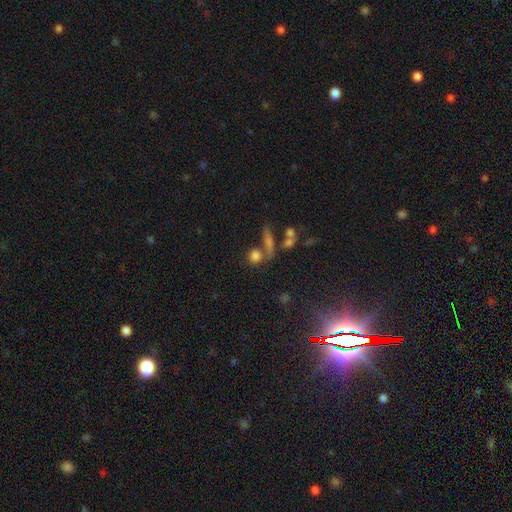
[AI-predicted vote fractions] This is likely a smooth galaxy (77%). How rounded: likely round (75%). Merging: possibly none (59%).